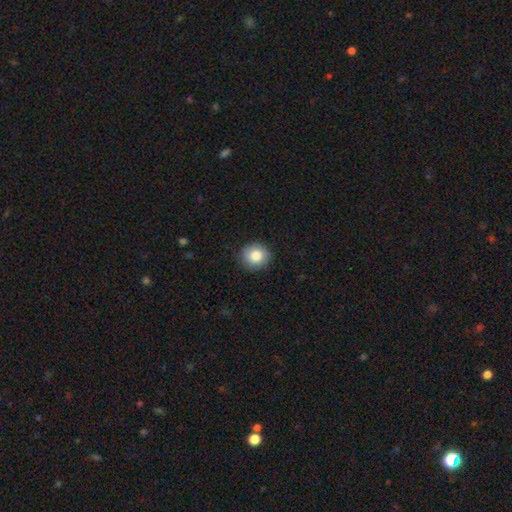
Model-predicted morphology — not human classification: A smooth galaxy with no disk features (84%) that is round (86%). Merging: none (90%).